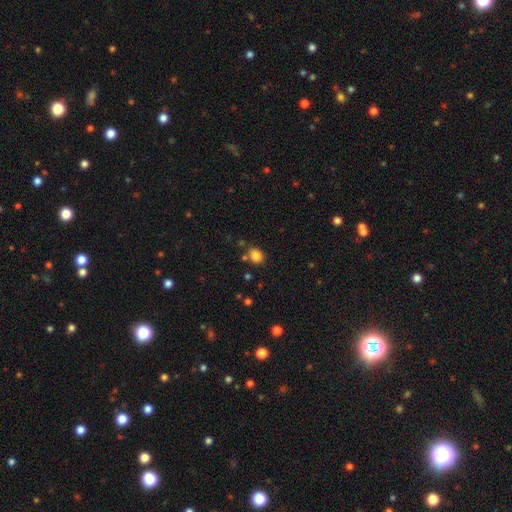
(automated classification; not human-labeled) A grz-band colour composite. It shows a smooth galaxy with no disk features (82%) that is round (53%). Merging: none (75%).